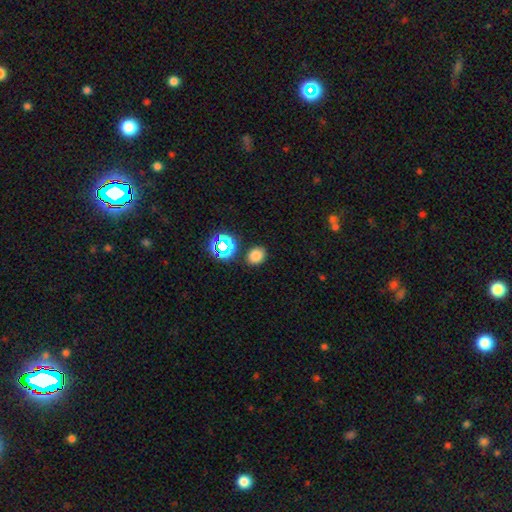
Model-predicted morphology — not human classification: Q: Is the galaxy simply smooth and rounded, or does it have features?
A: smooth — 76%.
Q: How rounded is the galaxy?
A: in between — 50%.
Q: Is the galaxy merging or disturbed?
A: none — 85%.